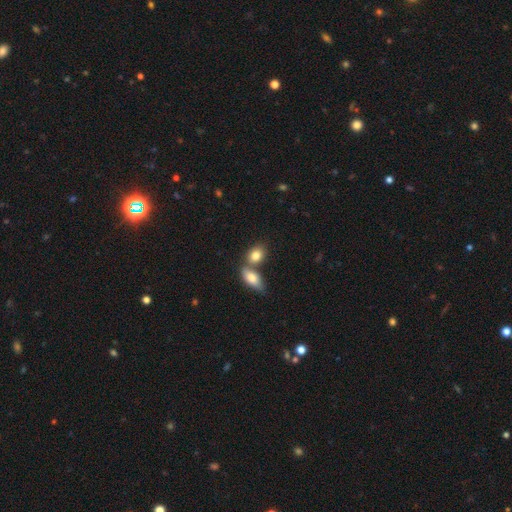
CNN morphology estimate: Smooth or featured? smooth (82%)
How rounded? in between (76%)
Merging? merger (48%)